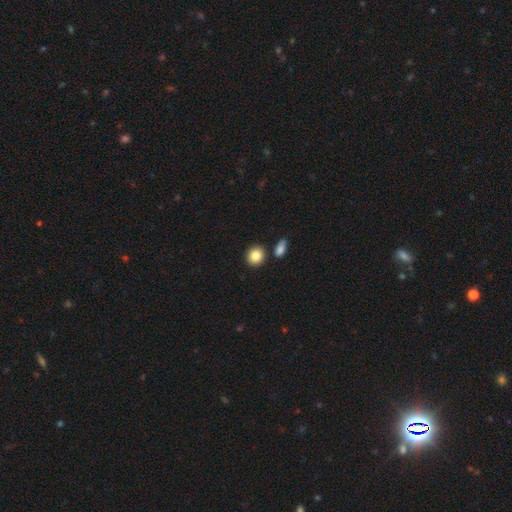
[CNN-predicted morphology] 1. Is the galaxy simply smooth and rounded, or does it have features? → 85% smooth, 9% star or artifact, 7% featured or disk.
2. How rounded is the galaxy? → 81% round, 18% in between, 1% cigar-shaped.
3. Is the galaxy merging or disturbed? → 82% none, 8% minor disturbance, 8% merger, 2% major disturbance.